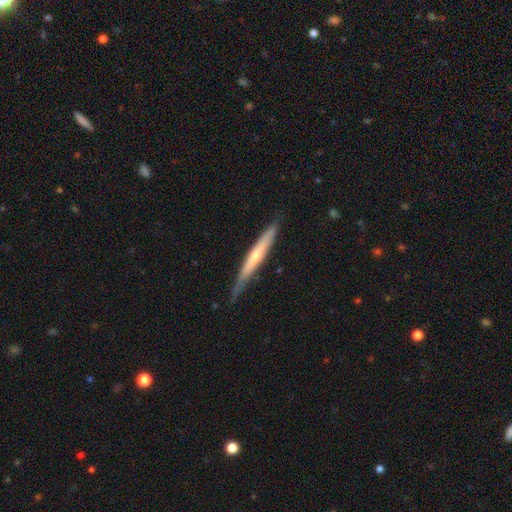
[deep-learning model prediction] Smooth or featured?
  - featured or disk: 52% *
  - smooth: 42%
  - star or artifact: 5%
Edge-on disk?
  - yes: 93% *
  - no: 7%
Merging?
  - none: 75% *
  - minor disturbance: 20%
  - major disturbance: 3%
  - merger: 1%